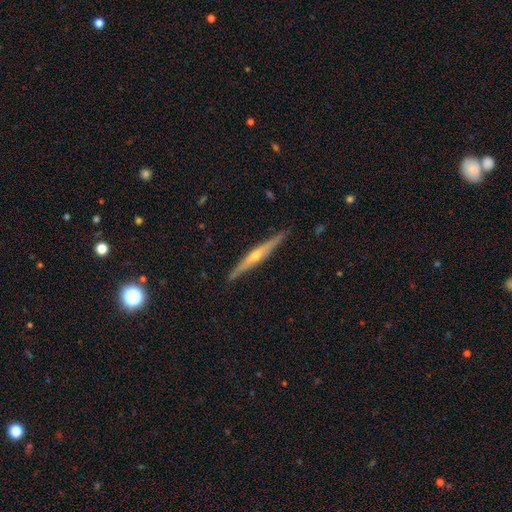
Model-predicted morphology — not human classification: Smooth or featured: featured or disk — 76% (smooth — 18%)
Edge-on disk: yes — 97% (no — 3%)
Edge-on bulge: rounded — 83% (none — 12%)
Merging: none — 89% (minor disturbance — 8%)